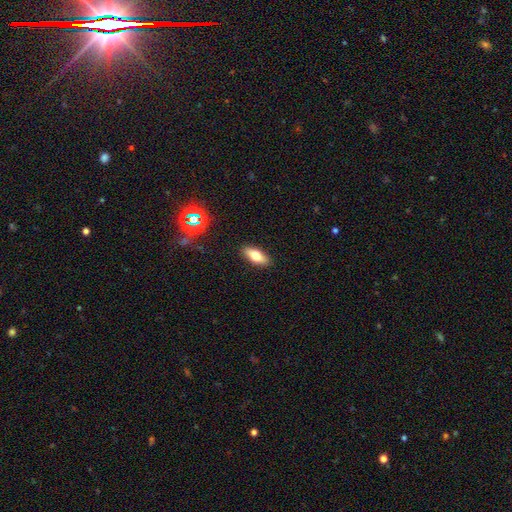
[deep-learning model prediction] Q: Smooth or featured?
A: smooth (70%); runner-up: featured or disk (21%)
Q: How rounded?
A: in between (75%); runner-up: cigar-shaped (21%)
Q: Merging?
A: none (89%); runner-up: minor disturbance (8%)